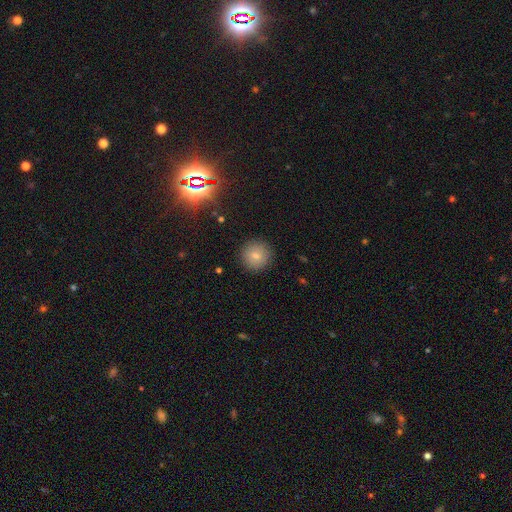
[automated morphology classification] A smooth galaxy with no disk features (79%) that is round (94%). Merging: none (90%).